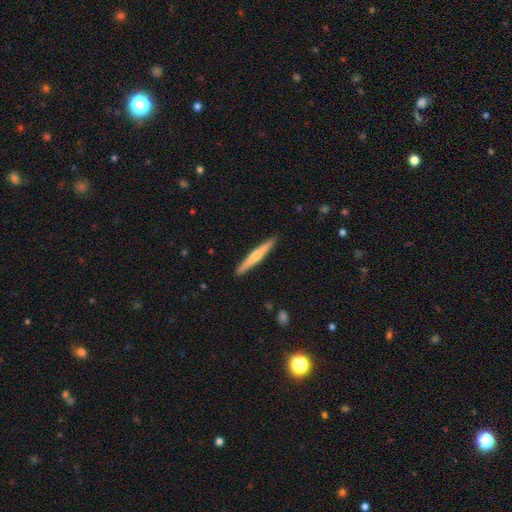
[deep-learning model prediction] Smooth or featured? smooth (49%)
Merging? none (91%)